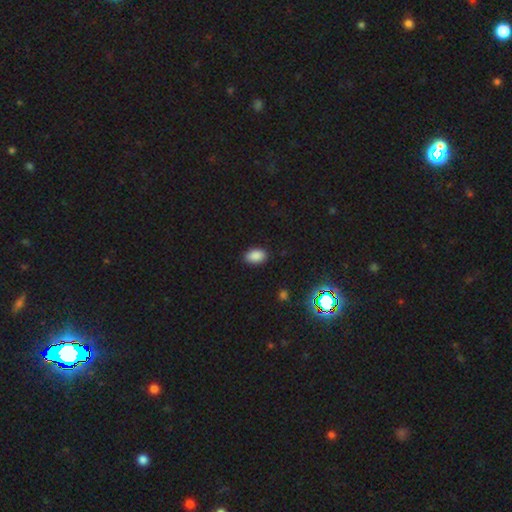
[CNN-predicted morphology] A smooth galaxy with no disk features (87%) that is in between round and cigar-shaped (88%).

Vote fractions:
- Smooth or featured? smooth: 87% / star or artifact: 9% / featured or disk: 3%
- How rounded? in between: 88% / round: 11% / cigar-shaped: 1%
- Merging? none: 88% / minor disturbance: 9% / major disturbance: 2% / merger: 1%